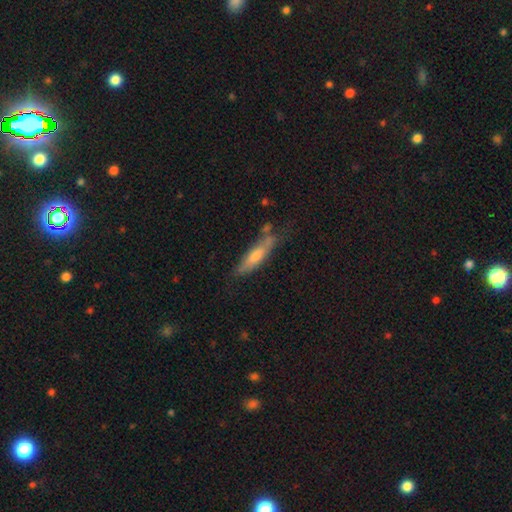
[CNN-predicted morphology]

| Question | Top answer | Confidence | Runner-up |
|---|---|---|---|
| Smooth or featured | smooth | 57% | featured or disk (36%) |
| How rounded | cigar-shaped | 77% | in between (21%) |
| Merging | none | 59% | minor disturbance (25%) |